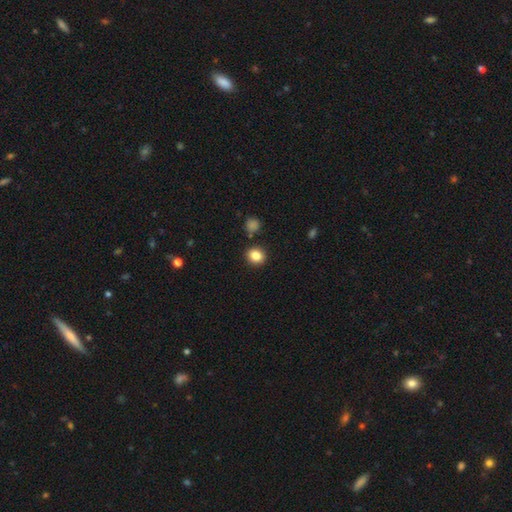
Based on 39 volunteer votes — smooth_or_featured: smooth (p=0.79) [alt: featured or disk p=0.10]
how_rounded: round (p=0.84) [alt: in between p=0.16]
merging: none (p=0.94) [alt: minor disturbance p=0.06]